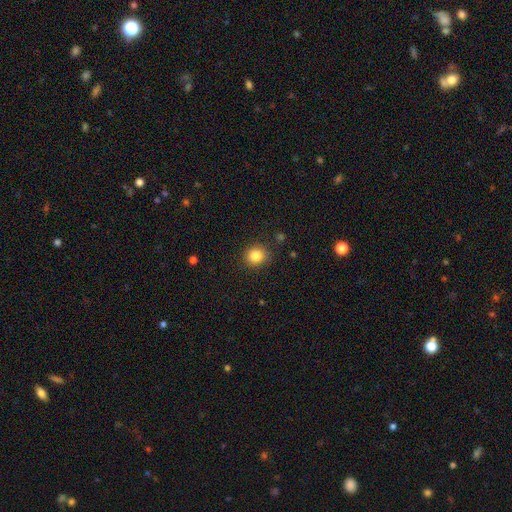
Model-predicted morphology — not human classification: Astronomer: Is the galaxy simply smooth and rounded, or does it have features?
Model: smooth — 84%.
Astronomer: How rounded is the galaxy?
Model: round — 83%.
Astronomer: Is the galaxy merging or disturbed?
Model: none — 86%.